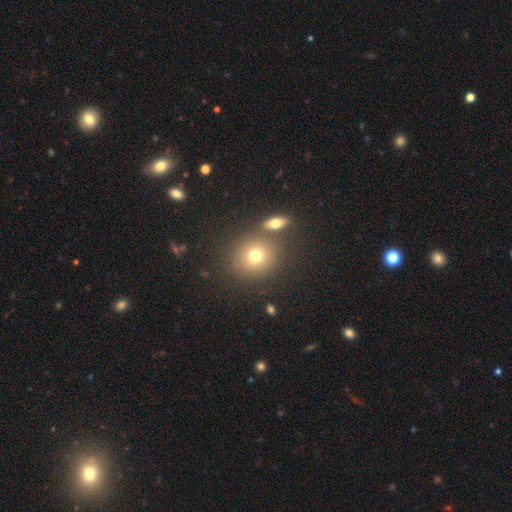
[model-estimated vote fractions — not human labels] Morphology: type=smooth (73%); roundness=round (81%); merging=none (71%).